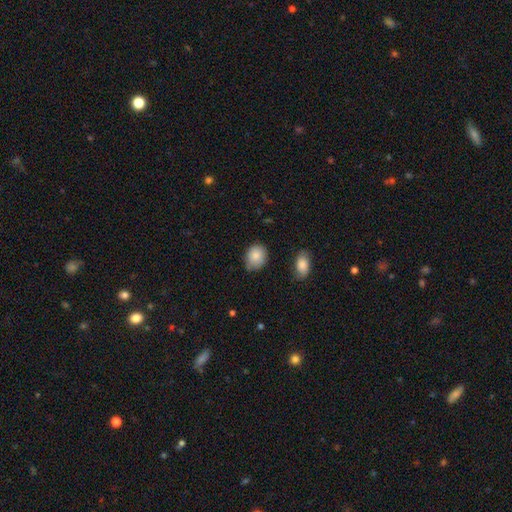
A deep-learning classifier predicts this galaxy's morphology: Smooth or featured? smooth (85%)
How rounded? round (50%)
Merging? none (69%)